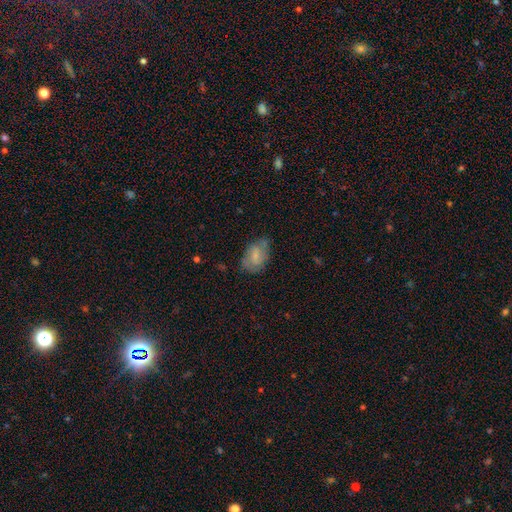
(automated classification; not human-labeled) A smooth galaxy with no disk features (59%) that is in between round and cigar-shaped (86%). Merging: none (61%).